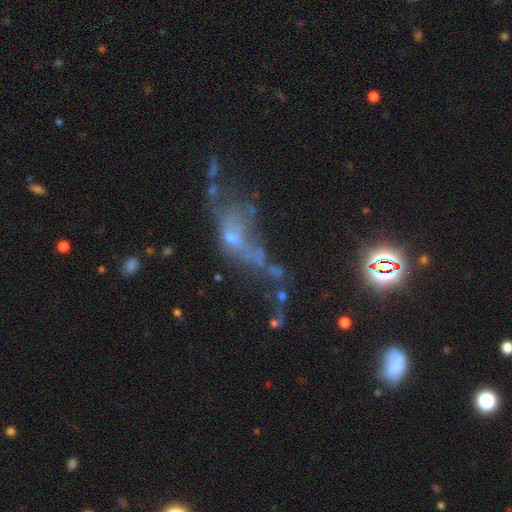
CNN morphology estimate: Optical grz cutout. It shows a featured or disk galaxy (44%). Merging: major disturbance (36%).